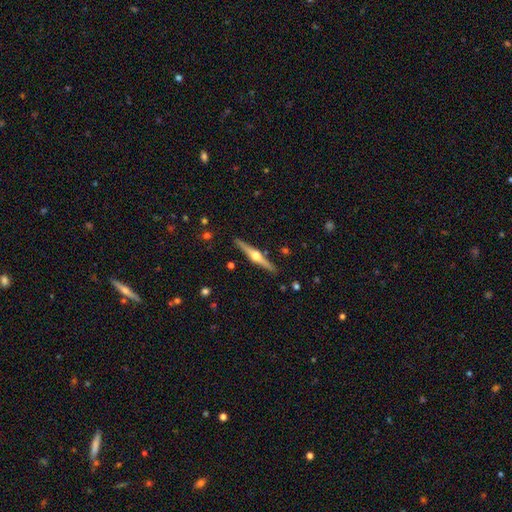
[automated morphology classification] Smooth or featured? Predicted: featured or disk (p=0.81). Edge-on disk? Predicted: yes (p=0.98). Edge-on bulge? Predicted: rounded (p=0.96). Merging? Predicted: none (p=0.90).